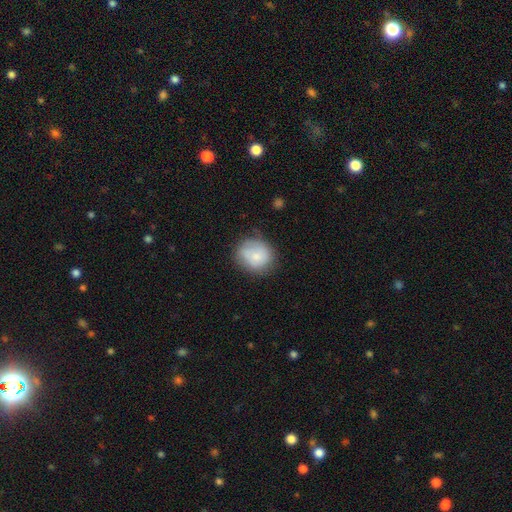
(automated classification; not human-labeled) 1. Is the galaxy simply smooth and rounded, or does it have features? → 74% smooth, 18% featured or disk, 8% star or artifact.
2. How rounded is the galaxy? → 76% round, 23% in between, 1% cigar-shaped.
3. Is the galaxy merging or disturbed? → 62% none, 25% minor disturbance, 8% major disturbance, 4% merger.